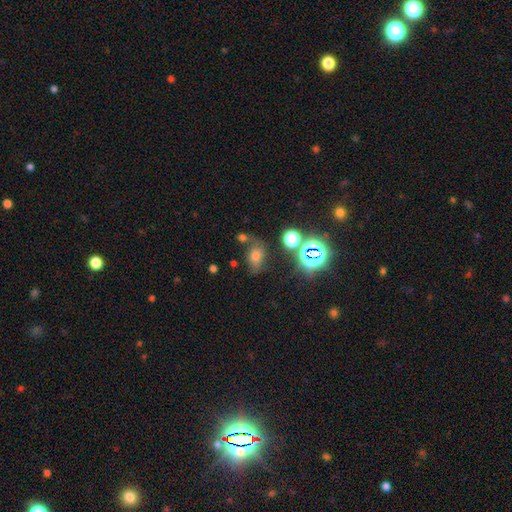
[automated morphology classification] A smooth galaxy with no disk features (51%) that is in between round and cigar-shaped (72%). Merging: none (56%).